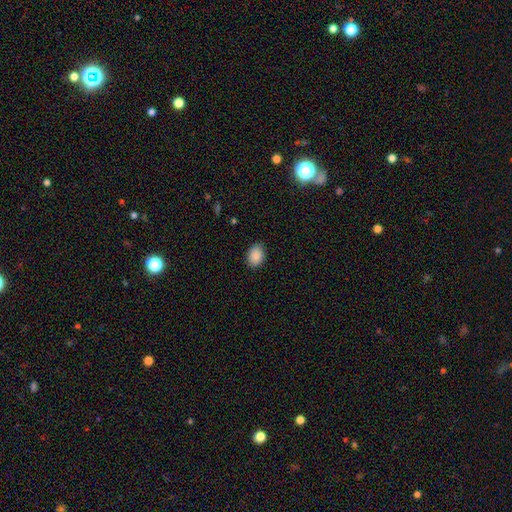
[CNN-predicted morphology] This is clearly a smooth galaxy (89%). How rounded: likely in between (73%). Merging: clearly none (86%).